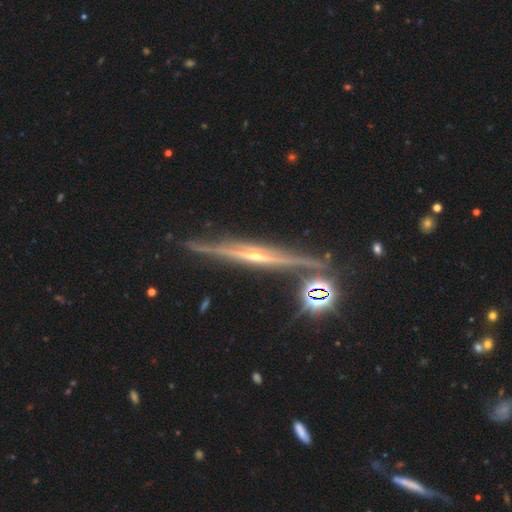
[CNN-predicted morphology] Smooth or featured?
  - featured or disk: 81% *
  - star or artifact: 11%
  - smooth: 8%
Edge-on disk?
  - yes: 96% *
  - no: 4%
Edge-on bulge?
  - rounded: 66% *
  - none: 24%
  - boxy: 10%
Merging?
  - none: 80% *
  - minor disturbance: 13%
  - merger: 4%
  - major disturbance: 3%